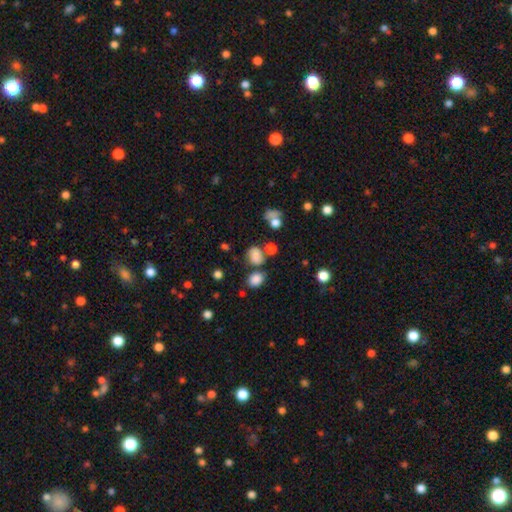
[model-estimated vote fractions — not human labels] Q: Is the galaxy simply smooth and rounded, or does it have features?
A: smooth — 75%.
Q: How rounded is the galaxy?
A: in between — 57%.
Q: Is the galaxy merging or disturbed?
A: none — 55%.